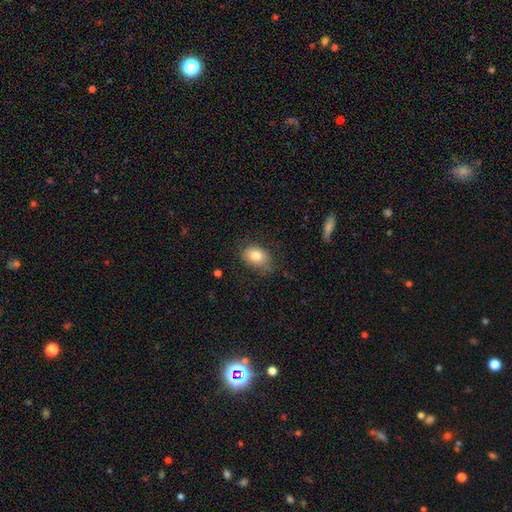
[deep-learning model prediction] Smooth or featured?
  - smooth: 81% *
  - featured or disk: 11%
  - star or artifact: 8%
How rounded?
  - in between: 78% *
  - round: 21%
  - cigar-shaped: 1%
Merging?
  - none: 67% *
  - minor disturbance: 24%
  - major disturbance: 8%
  - merger: 1%